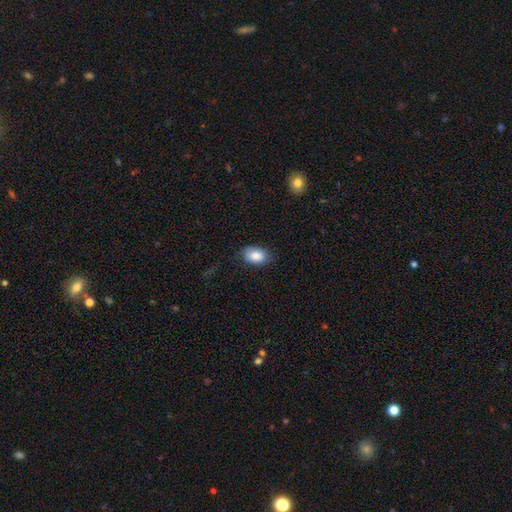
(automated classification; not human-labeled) A smooth galaxy with no disk features (85%) that is in between round and cigar-shaped (86%). Merging: none (79%).